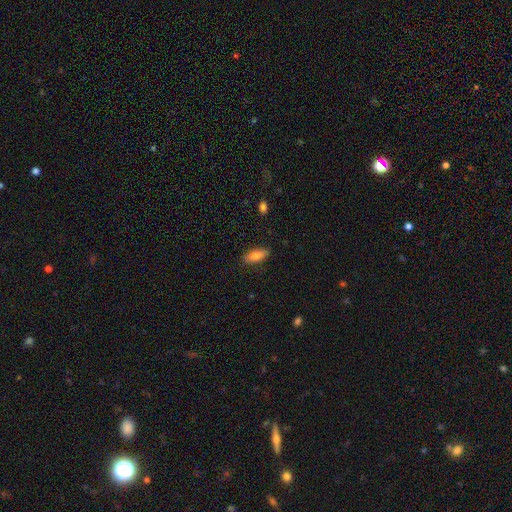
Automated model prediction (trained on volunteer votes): This appears to be a smooth galaxy with no disk features (81%) that is in between round and cigar-shaped (70%). Merging: none (85%).